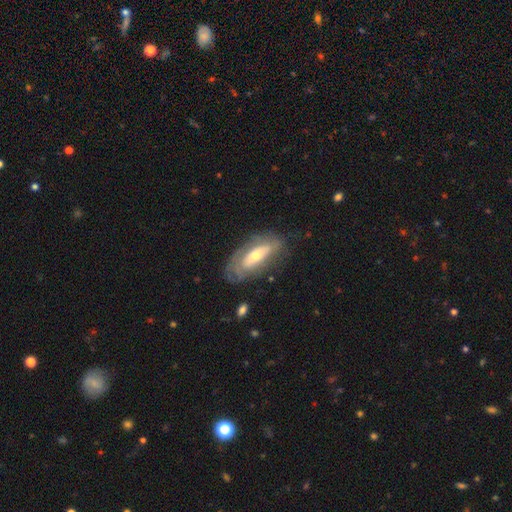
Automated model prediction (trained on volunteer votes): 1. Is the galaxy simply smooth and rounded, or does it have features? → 60% featured or disk, 34% smooth, 6% star or artifact.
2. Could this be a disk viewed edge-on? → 80% no, 20% yes.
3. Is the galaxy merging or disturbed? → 66% none, 21% minor disturbance, 11% major disturbance, 2% merger.